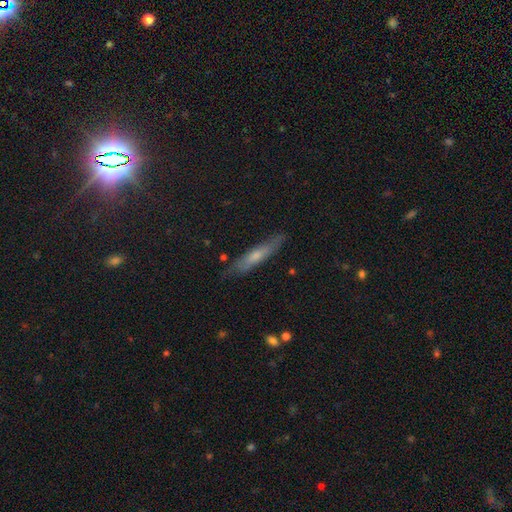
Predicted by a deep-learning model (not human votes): Morphology: type=smooth (46%); merging=none (80%).